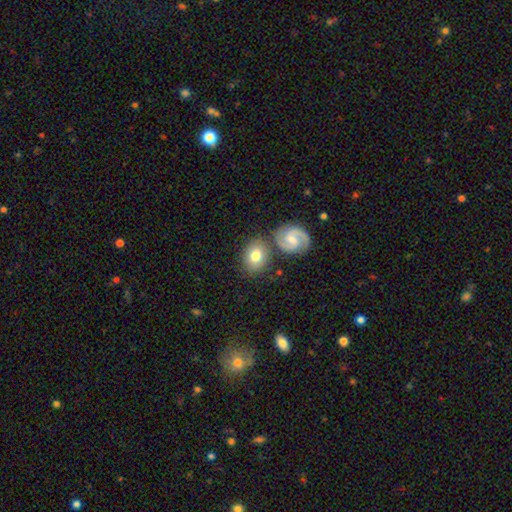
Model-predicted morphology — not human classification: Smooth or featured? Predicted: smooth (p=0.64). How rounded? Predicted: in between (p=0.52). Merging? Predicted: none (p=0.70).